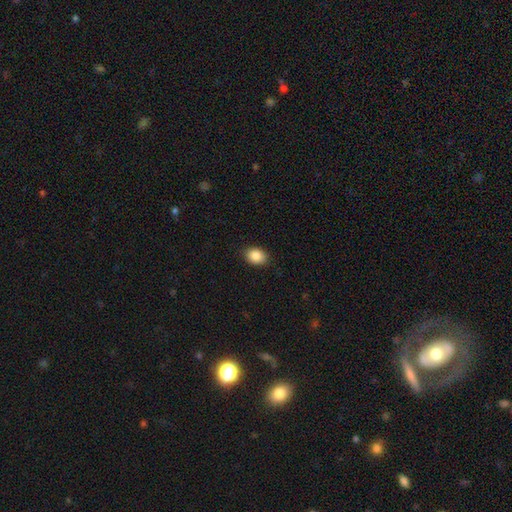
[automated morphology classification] smooth_or_featured: smooth (p=0.89) [alt: star or artifact p=0.08]
how_rounded: in between (p=0.71) [alt: round p=0.28]
merging: none (p=0.88) [alt: minor disturbance p=0.09]